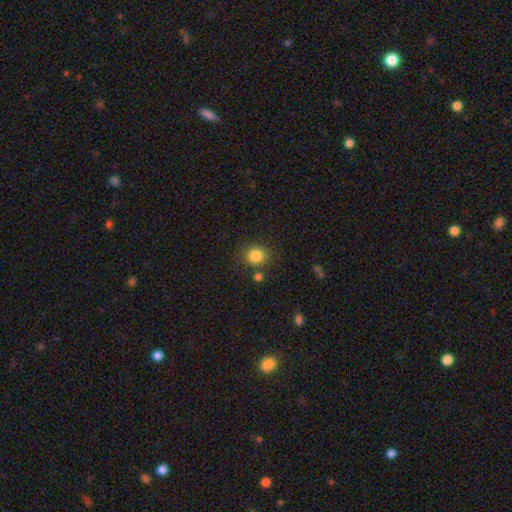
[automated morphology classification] smooth_or_featured: smooth (p=0.84) [alt: star or artifact p=0.11]
how_rounded: round (p=0.79) [alt: in between p=0.20]
merging: none (p=0.78) [alt: minor disturbance p=0.11]